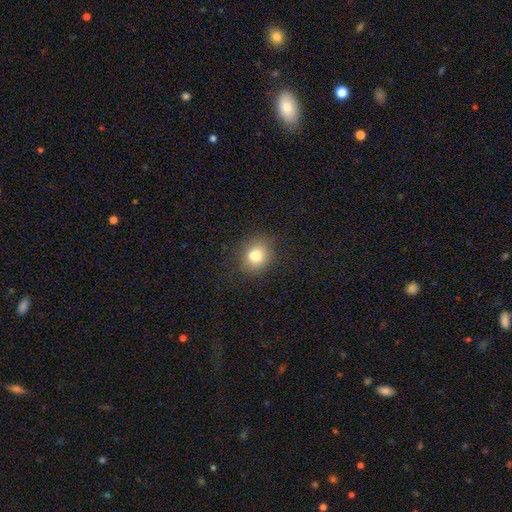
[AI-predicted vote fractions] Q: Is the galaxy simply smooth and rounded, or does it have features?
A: smooth — 79%.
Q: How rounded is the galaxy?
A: round — 73%.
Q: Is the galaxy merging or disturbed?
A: none — 82%.